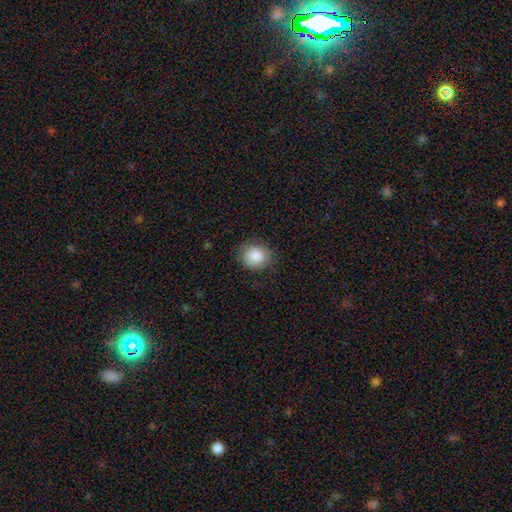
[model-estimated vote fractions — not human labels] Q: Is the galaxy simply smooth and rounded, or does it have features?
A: smooth — 84%.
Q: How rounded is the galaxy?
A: round — 82%.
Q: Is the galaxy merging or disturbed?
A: none — 81%.